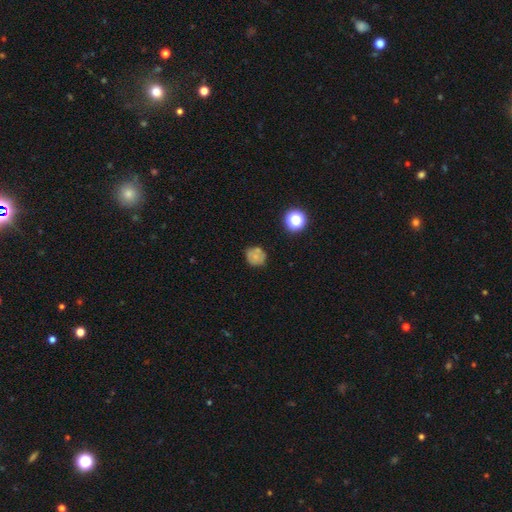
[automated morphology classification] Smooth or featured? Predicted: smooth (p=0.71). How rounded? Predicted: round (p=0.85). Merging? Predicted: none (p=0.69).